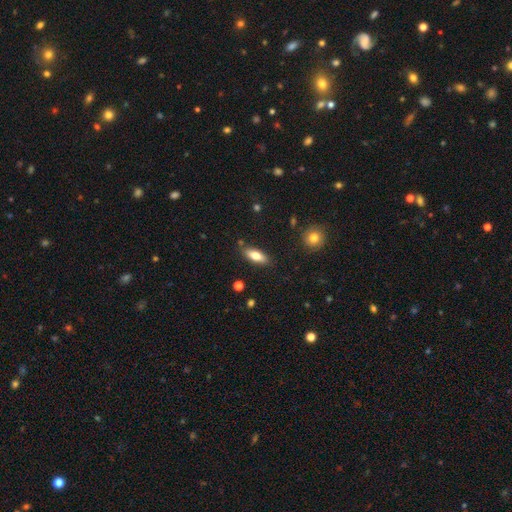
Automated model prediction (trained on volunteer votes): Smooth or featured: smooth — 73% (featured or disk — 21%)
How rounded: in between — 69% (cigar-shaped — 29%)
Merging: none — 83% (minor disturbance — 12%)